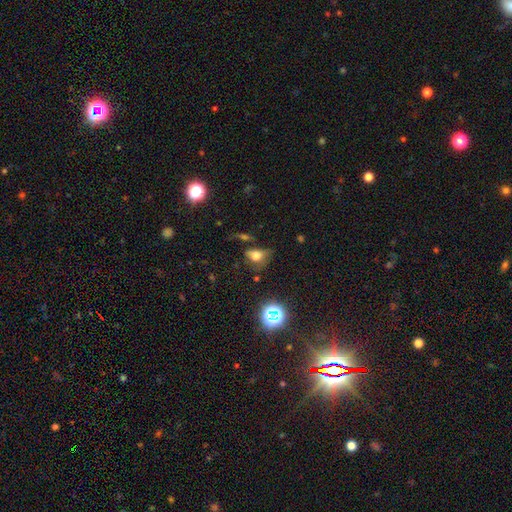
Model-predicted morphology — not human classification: Smooth or featured?
  - smooth: 63% *
  - star or artifact: 19%
  - featured or disk: 17%
How rounded?
  - in between: 60% *
  - round: 37%
  - cigar-shaped: 3%
Merging?
  - none: 42% *
  - minor disturbance: 28%
  - major disturbance: 21%
  - merger: 10%